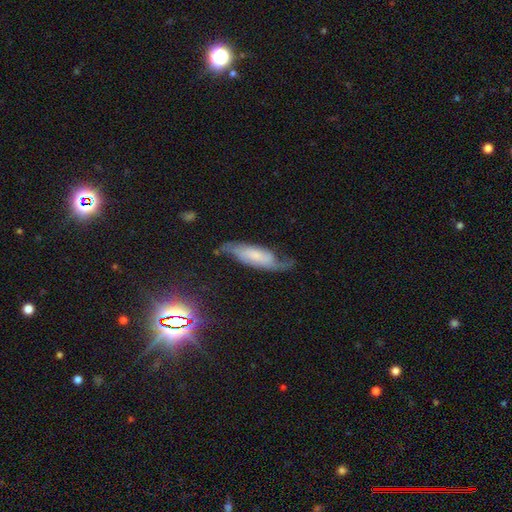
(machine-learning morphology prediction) type=featured or disk (65%); edge-on=no (80%); bar=no (55%); spiral arms=yes (92%); bulge=small (38%); merging=none (59%).